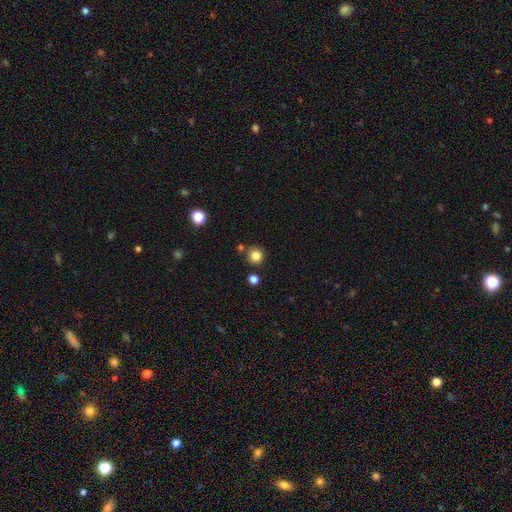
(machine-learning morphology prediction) type=smooth (83%); roundness=round (94%); merging=none (84%).